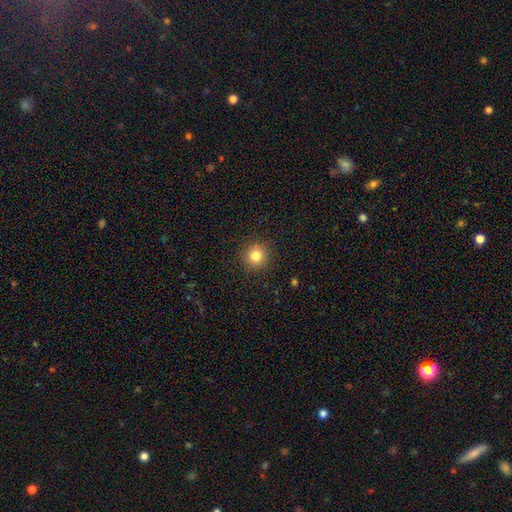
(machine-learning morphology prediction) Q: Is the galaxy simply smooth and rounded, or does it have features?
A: smooth — 82%.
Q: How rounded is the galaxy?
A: round — 94%.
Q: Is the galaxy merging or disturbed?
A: none — 91%.